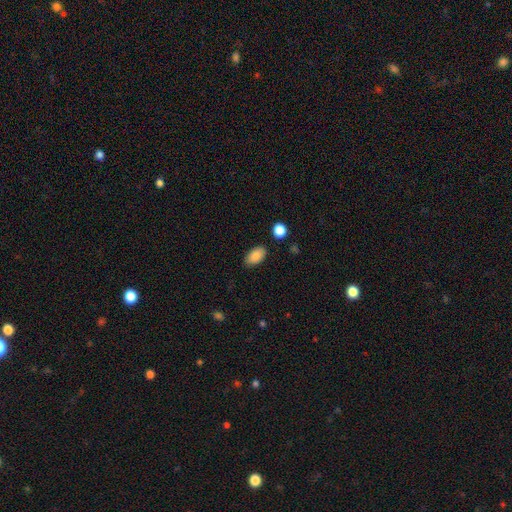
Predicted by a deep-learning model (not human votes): A smooth galaxy with no disk features (88%) that is in between round and cigar-shaped (93%).

Vote fractions:
- Smooth or featured? smooth: 88% / star or artifact: 7% / featured or disk: 4%
- How rounded? in between: 93% / round: 5% / cigar-shaped: 2%
- Merging? none: 85% / minor disturbance: 10% / major disturbance: 3% / merger: 2%